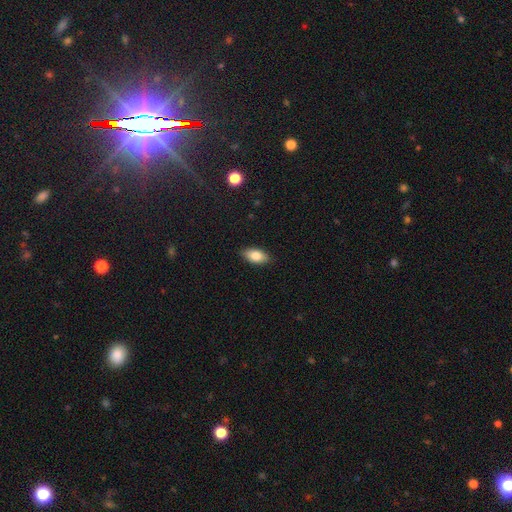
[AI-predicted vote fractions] Smooth or featured?
  - smooth: 81% *
  - featured or disk: 12%
  - star or artifact: 7%
How rounded?
  - in between: 89% *
  - cigar-shaped: 6%
  - round: 4%
Merging?
  - none: 87% *
  - minor disturbance: 10%
  - major disturbance: 2%
  - merger: 1%